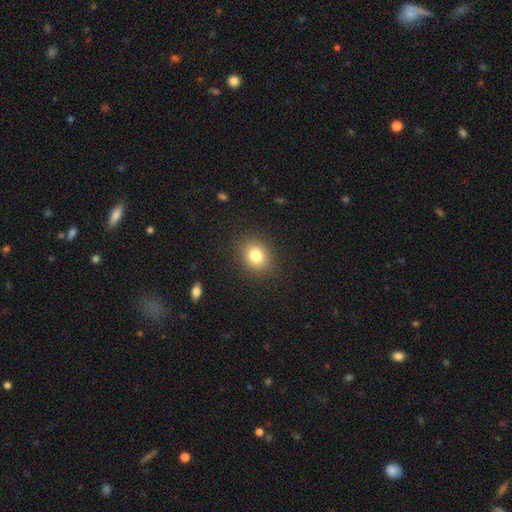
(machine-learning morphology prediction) A smooth galaxy with no disk features (80%) that is round (58%).

Vote fractions:
- Smooth or featured? smooth: 80% / star or artifact: 11% / featured or disk: 9%
- How rounded? round: 58% / in between: 41% / cigar-shaped: 1%
- Merging? none: 88% / minor disturbance: 8% / major disturbance: 3% / merger: 1%